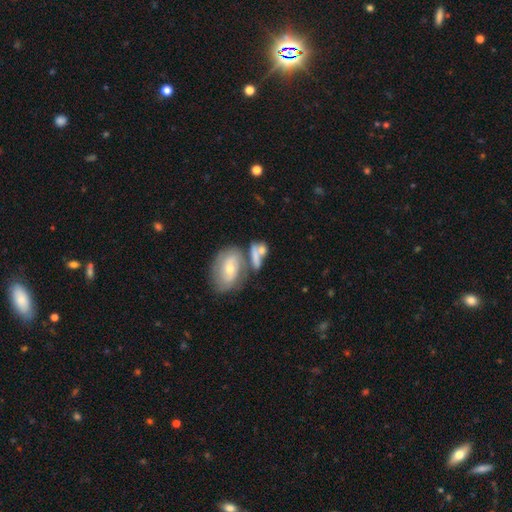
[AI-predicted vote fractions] smooth_or_featured: smooth (p=0.53) [alt: featured or disk p=0.38]
how_rounded: in between (p=0.69) [alt: round p=0.19]
merging: merger (p=0.47) [alt: none p=0.29]